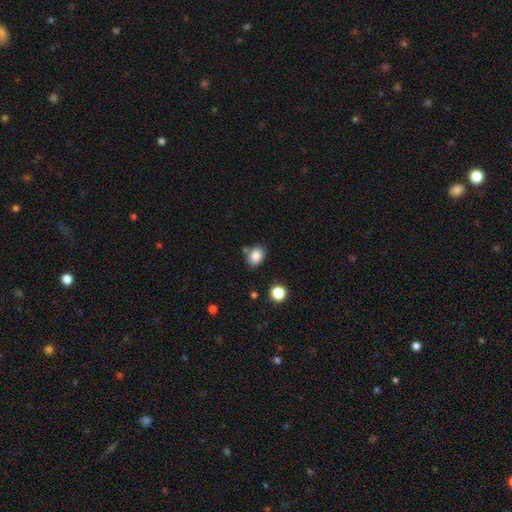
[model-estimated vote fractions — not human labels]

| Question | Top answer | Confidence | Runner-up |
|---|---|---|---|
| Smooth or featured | smooth | 84% | star or artifact (10%) |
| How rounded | in between | 66% | round (33%) |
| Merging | none | 73% | minor disturbance (15%) |